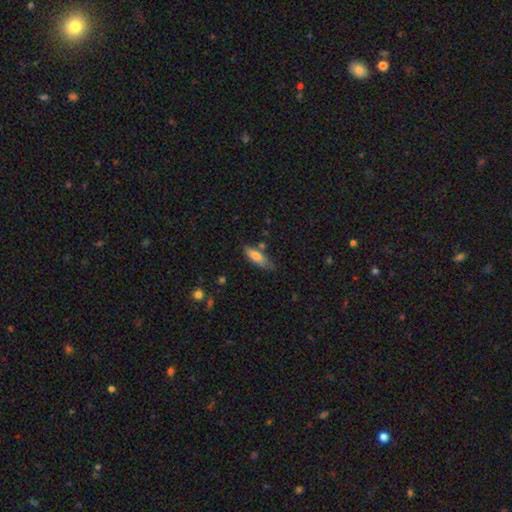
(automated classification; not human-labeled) Smooth or featured? Predicted: smooth (p=0.75). How rounded? Predicted: in between (p=0.56). Merging? Predicted: none (p=0.63).